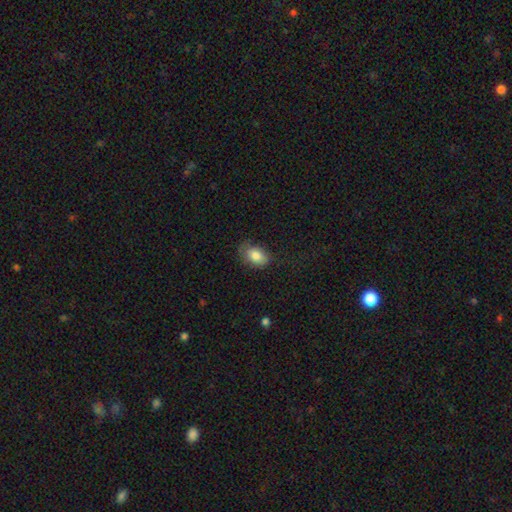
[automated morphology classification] Smooth or featured?
  - smooth: 83% *
  - featured or disk: 9%
  - star or artifact: 7%
How rounded?
  - in between: 86% *
  - round: 13%
  - cigar-shaped: 1%
Merging?
  - none: 67% *
  - minor disturbance: 24%
  - major disturbance: 8%
  - merger: 1%